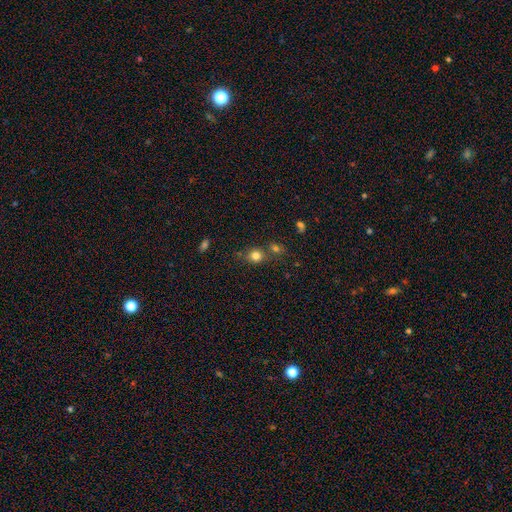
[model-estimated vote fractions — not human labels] A smooth galaxy with no disk features (79%) that is round (76%). Merging: none (64%).